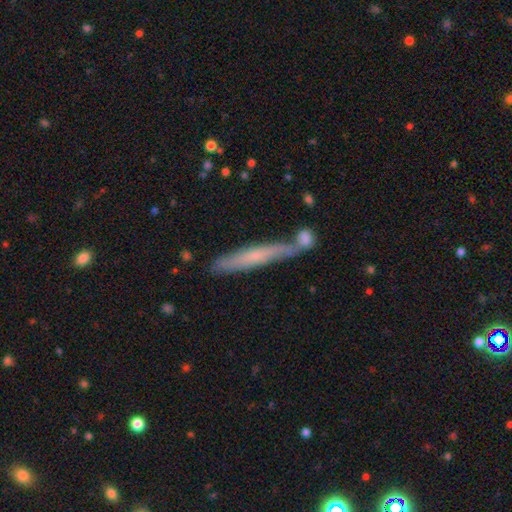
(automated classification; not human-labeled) A smooth galaxy with no disk features (49%).

Vote fractions:
- Smooth or featured? smooth: 49% / featured or disk: 44% / star or artifact: 7%
- Merging? none: 68% / merger: 16% / minor disturbance: 13% / major disturbance: 3%